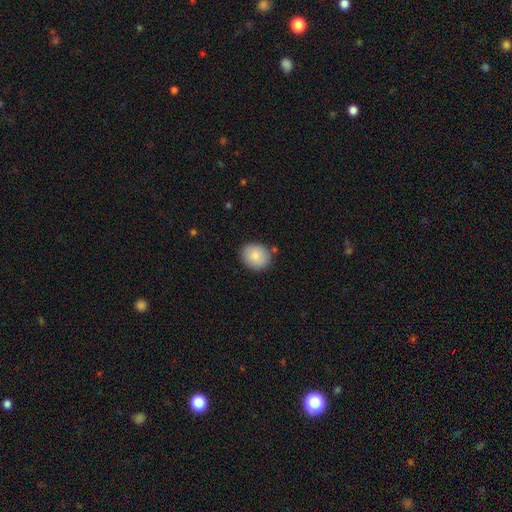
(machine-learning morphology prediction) smooth_or_featured: smooth (p=0.84) [alt: featured or disk p=0.09]
how_rounded: round (p=0.65) [alt: in between p=0.34]
merging: none (p=0.83) [alt: minor disturbance p=0.11]